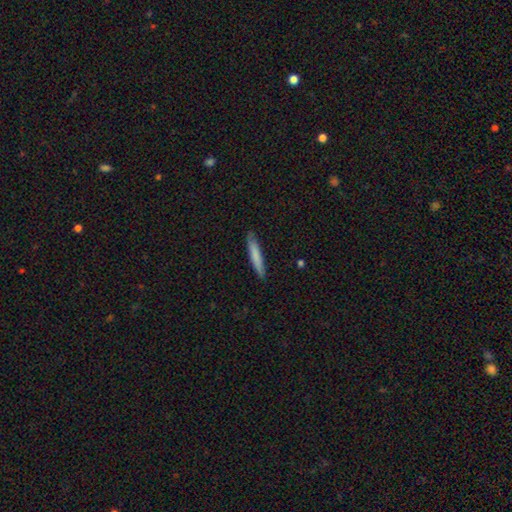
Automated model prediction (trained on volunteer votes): A smooth galaxy with no disk features (77%) that is cigar-shaped (93%).

Vote fractions:
- Smooth or featured? smooth: 77% / featured or disk: 18% / star or artifact: 6%
- How rounded? cigar-shaped: 93% / in between: 6% / round: 1%
- Merging? none: 87% / minor disturbance: 10% / major disturbance: 2% / merger: 1%